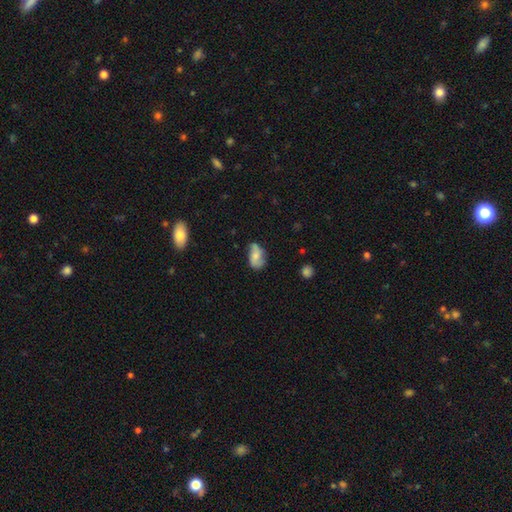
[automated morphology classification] Smooth or featured? Predicted: smooth (p=0.49). Merging? Predicted: none (p=0.53).